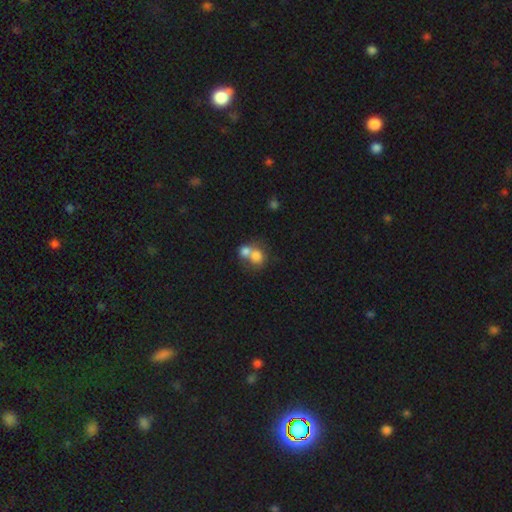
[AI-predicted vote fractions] Smooth or featured?
  - smooth: 74% *
  - featured or disk: 16%
  - star or artifact: 10%
How rounded?
  - round: 70% *
  - in between: 29%
  - cigar-shaped: 1%
Merging?
  - merger: 66% *
  - none: 24%
  - minor disturbance: 6%
  - major disturbance: 4%